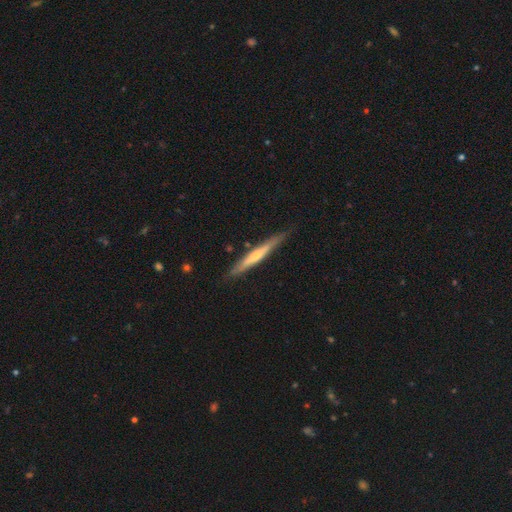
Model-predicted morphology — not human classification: The model was most divided on "edge-on bulge": rounded: 53%, none: 40%, boxy: 7%. More confident: edge-on disk — yes (95%); merging — none (84%); smooth or featured — featured or disk (55%).